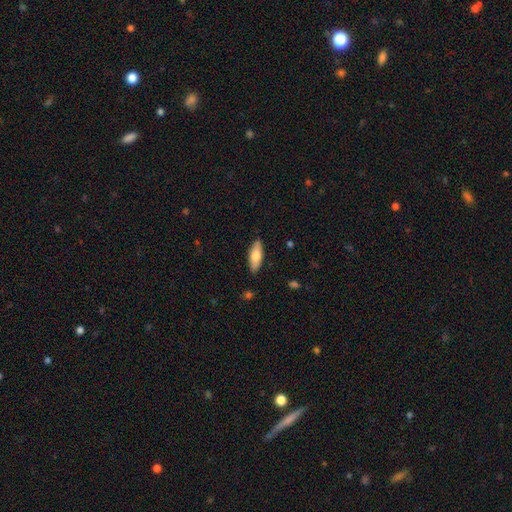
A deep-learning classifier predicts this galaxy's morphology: This appears to be a smooth galaxy with no disk features (72%) that is in between round and cigar-shaped (68%). Merging: none (87%).